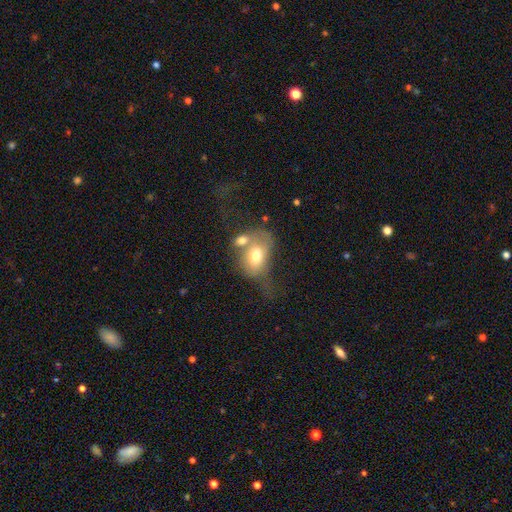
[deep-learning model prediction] This is likely a smooth galaxy (67%). How rounded: likely in between (76%). Merging: possibly merger (46%).